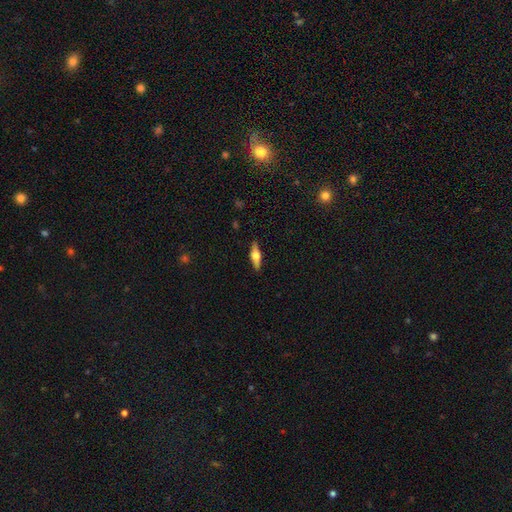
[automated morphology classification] The model was most divided on "smooth or featured": featured or disk: 56%, smooth: 38%, star or artifact: 6%. More confident: edge-on disk — yes (95%); edge-on bulge — rounded (93%); merging — none (90%).